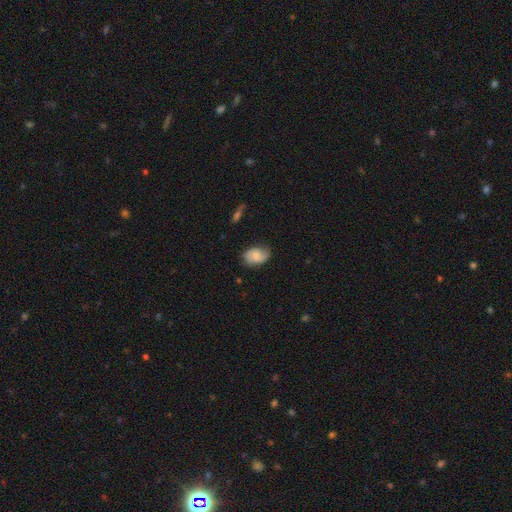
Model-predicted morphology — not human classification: smooth 53%, featured or disk 39%, star or artifact 8%. Down the decision tree: how rounded — in between (80%); merging — none (69%).